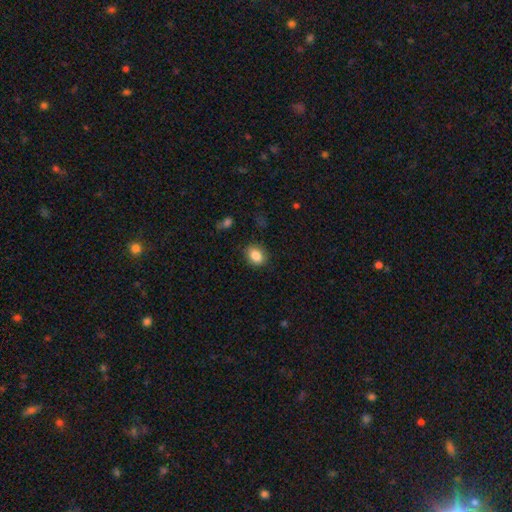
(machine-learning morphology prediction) Smooth or featured: smooth — 85% (star or artifact — 9%)
How rounded: in between — 65% (round — 34%)
Merging: none — 85% (minor disturbance — 11%)